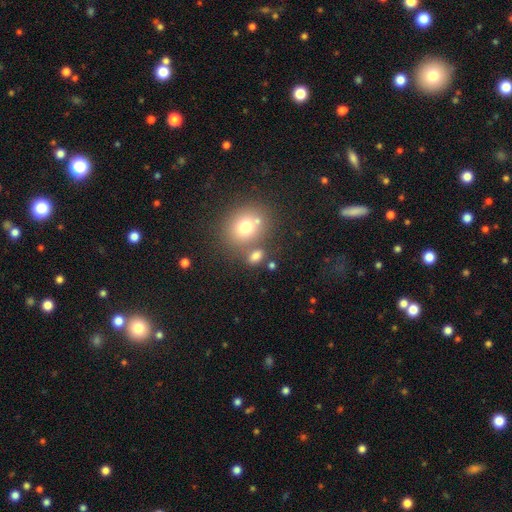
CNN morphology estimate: The model was most divided on "how rounded": in between: 66%, round: 31%, cigar-shaped: 3%. More confident: smooth or featured — smooth (75%); merging — none (59%).